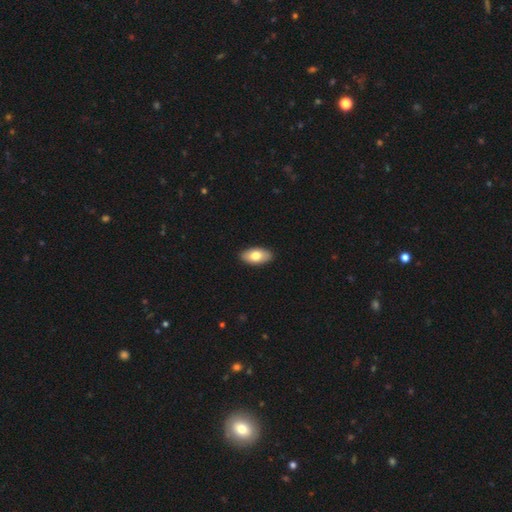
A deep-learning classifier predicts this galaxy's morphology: smooth_or_featured: smooth (p=0.77) [alt: featured or disk p=0.18]
how_rounded: in between (p=0.94) [alt: cigar-shaped p=0.03]
merging: none (p=0.91) [alt: minor disturbance p=0.07]